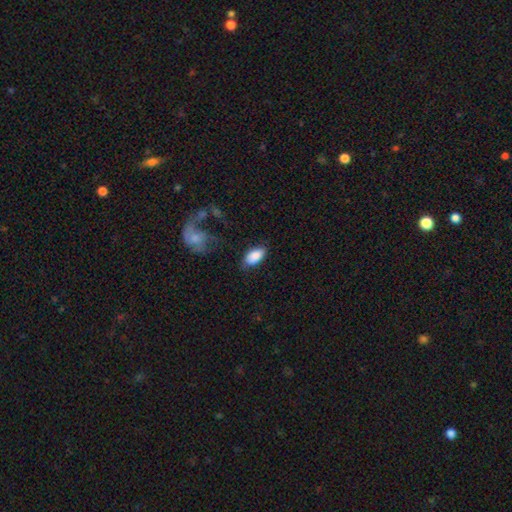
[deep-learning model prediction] Smooth or featured? smooth (86%)
How rounded? in between (94%)
Merging? none (77%)